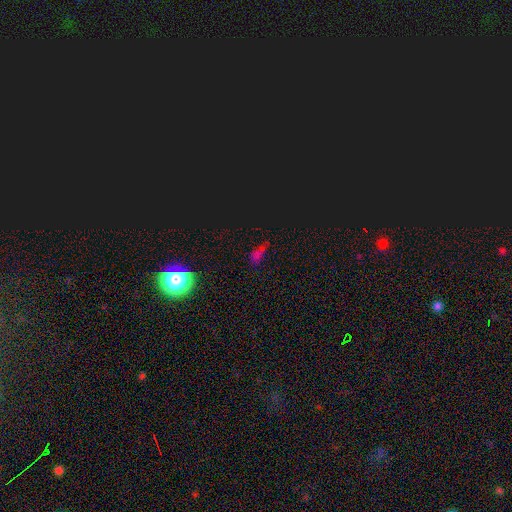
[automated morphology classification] Smooth or featured: star or artifact — 56% (smooth — 35%)